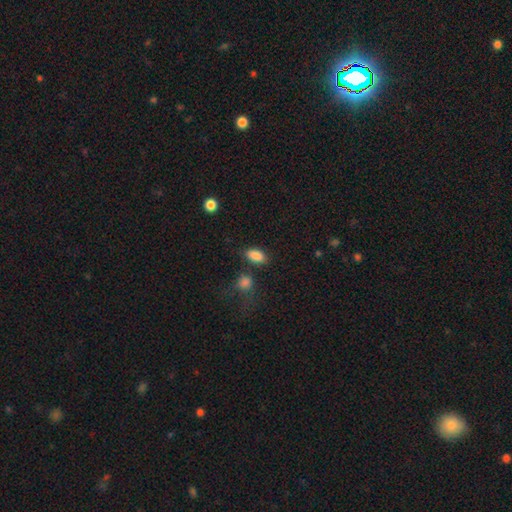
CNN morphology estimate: Smooth or featured? Predicted: smooth (p=0.87). How rounded? Predicted: in between (p=0.90). Merging? Predicted: none (p=0.74).